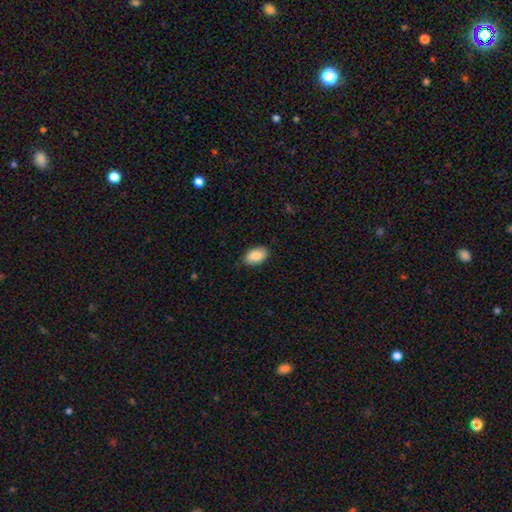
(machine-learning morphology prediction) A smooth galaxy with no disk features (87%) that is in between round and cigar-shaped (93%). Merging: none (83%).